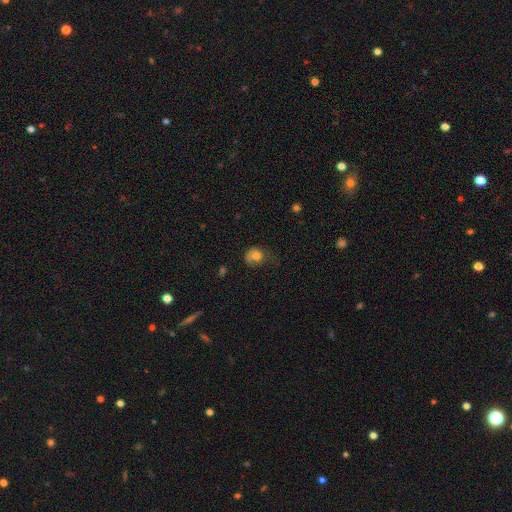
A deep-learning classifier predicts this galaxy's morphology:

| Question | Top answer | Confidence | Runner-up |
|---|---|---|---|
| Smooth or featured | smooth | 73% | featured or disk (16%) |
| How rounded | round | 66% | in between (33%) |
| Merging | none | 37% | minor disturbance (32%) |